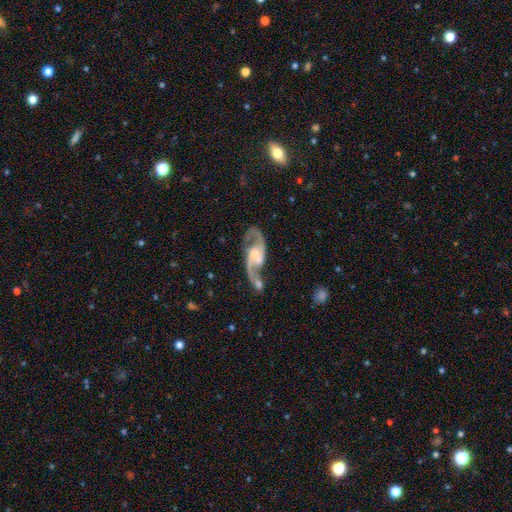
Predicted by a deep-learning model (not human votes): smooth_or_featured: featured or disk (p=0.91) [alt: smooth p=0.05]
disk_edge_on: no (p=0.96) [alt: yes p=0.04]
bar: weak (p=0.49) [alt: strong p=0.26]
has_spiral_arms: yes (p=0.97) [alt: no p=0.03]
spiral_winding: loose (p=0.54) [alt: medium p=0.38]
spiral_arm_count: 2 (p=0.93) [alt: 1 p=0.02]
bulge_size: small (p=0.35) [alt: moderate p=0.32]
merging: none (p=0.58) [alt: merger p=0.16]